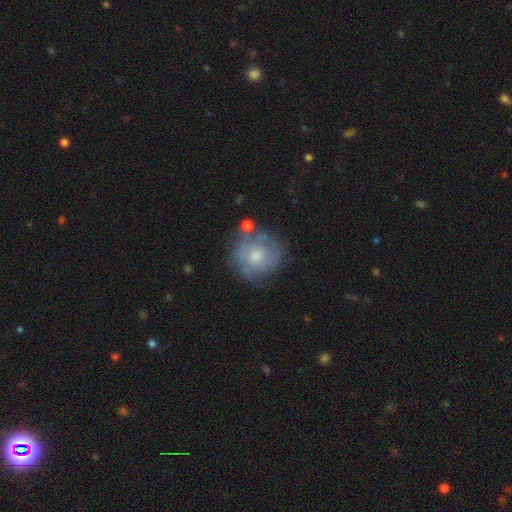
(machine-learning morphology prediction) Q: Smooth or featured?
A: smooth (49%); runner-up: featured or disk (43%)
Q: Merging?
A: none (61%); runner-up: minor disturbance (22%)